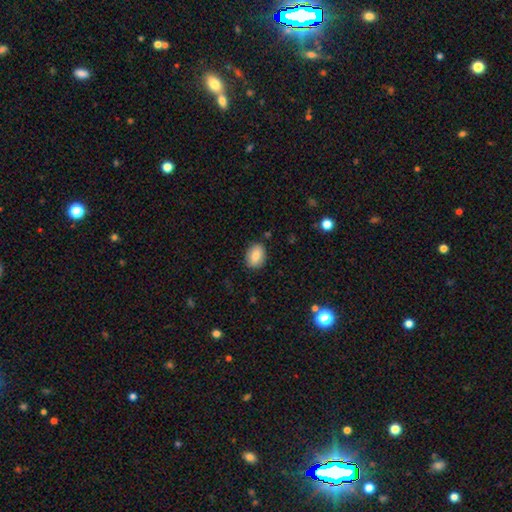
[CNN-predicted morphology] Smooth or featured? Predicted: smooth (p=0.84). How rounded? Predicted: in between (p=0.75). Merging? Predicted: none (p=0.86).